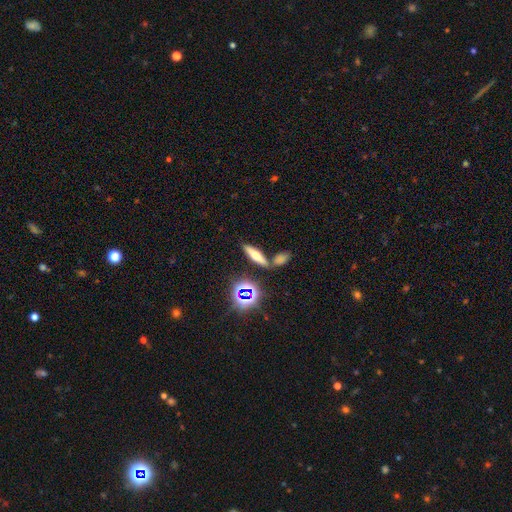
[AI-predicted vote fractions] Overall: smooth (50%; featured or disk 31%). How rounded: cigar-shaped (60%; in between 33%). Merging: none (74%).